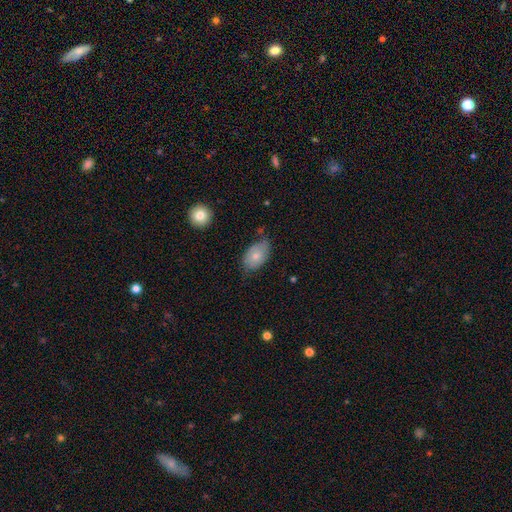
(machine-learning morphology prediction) The model was most divided on "merging": none: 53%, minor disturbance: 36%, major disturbance: 8%, merger: 3%. More confident: how rounded — in between (90%); smooth or featured — smooth (74%).